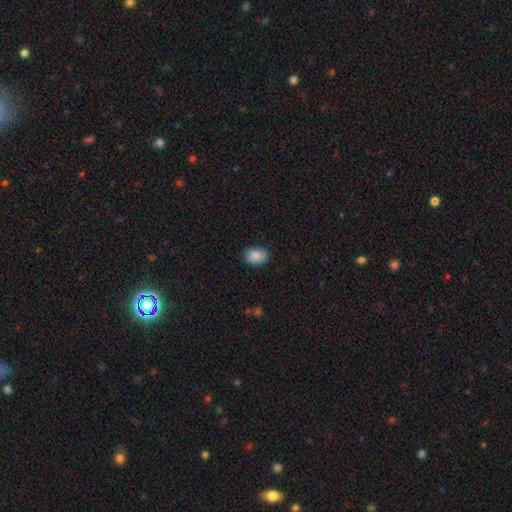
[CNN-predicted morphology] This is clearly a smooth galaxy (87%). How rounded: likely in between (78%). Merging: clearly none (84%).